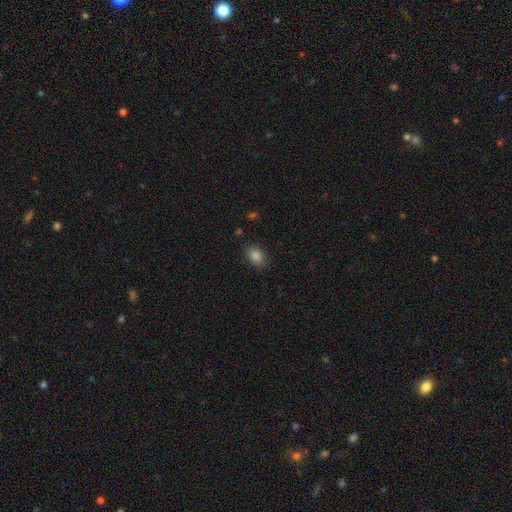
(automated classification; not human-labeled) Smooth or featured: smooth — 85% (star or artifact — 10%)
How rounded: in between — 76% (round — 23%)
Merging: none — 84% (minor disturbance — 11%)